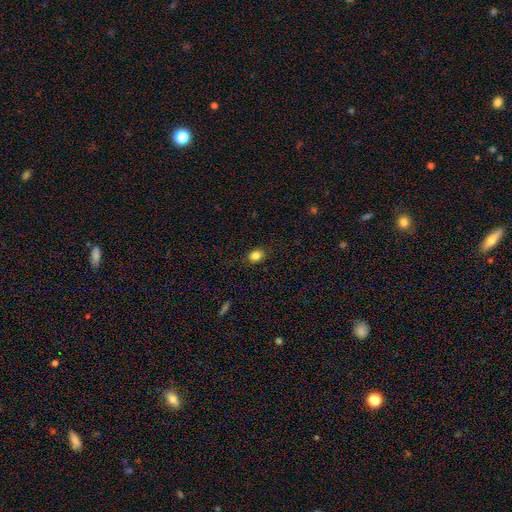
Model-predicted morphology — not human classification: Smooth or featured?
  - smooth: 84% *
  - star or artifact: 11%
  - featured or disk: 5%
How rounded?
  - round: 53% *
  - in between: 46%
  - cigar-shaped: 1%
Merging?
  - none: 86% *
  - minor disturbance: 11%
  - major disturbance: 3%
  - merger: 1%